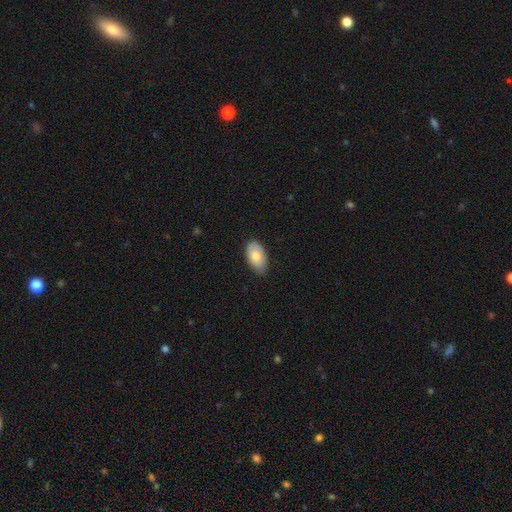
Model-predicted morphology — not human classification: smooth_or_featured: smooth (p=0.79) [alt: featured or disk p=0.15]
how_rounded: in between (p=0.94) [alt: round p=0.04]
merging: none (p=0.74) [alt: minor disturbance p=0.23]